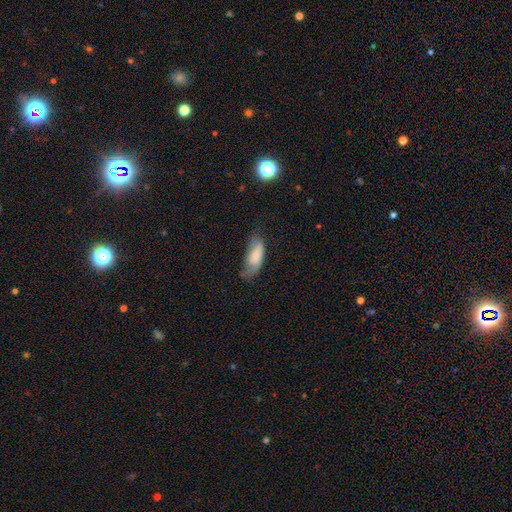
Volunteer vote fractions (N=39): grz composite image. It shows a smooth galaxy with no disk features (67%) that is in between round and cigar-shaped (85%). Merging: none (36%).